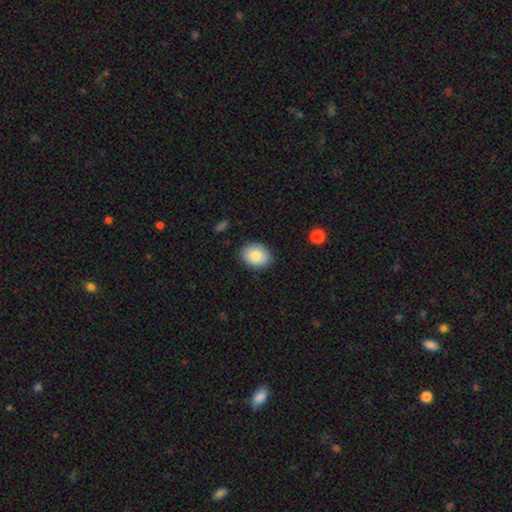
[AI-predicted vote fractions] A smooth galaxy with no disk features (83%) that is in between round and cigar-shaped (60%). Merging: none (87%).